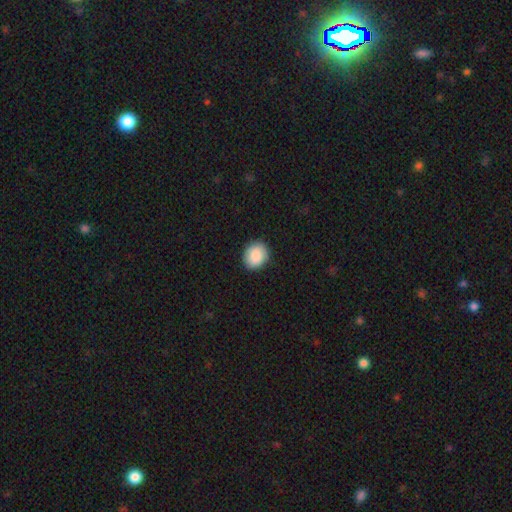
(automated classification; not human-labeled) Smooth or featured? smooth (89%)
How rounded? round (66%)
Merging? none (89%)